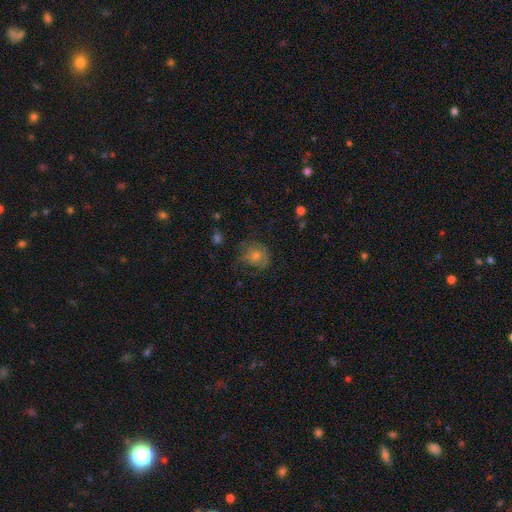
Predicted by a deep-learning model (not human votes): Smooth or featured? Predicted: smooth (p=0.66). How rounded? Predicted: round (p=0.75). Merging? Predicted: none (p=0.55).